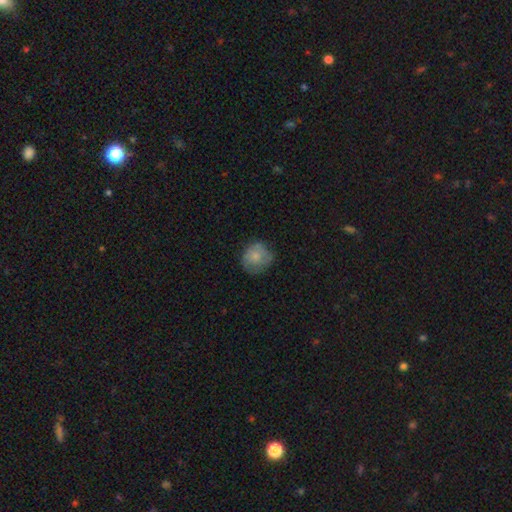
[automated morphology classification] This appears to be a smooth galaxy with no disk features (71%) that is round (81%). Merging: none (65%).